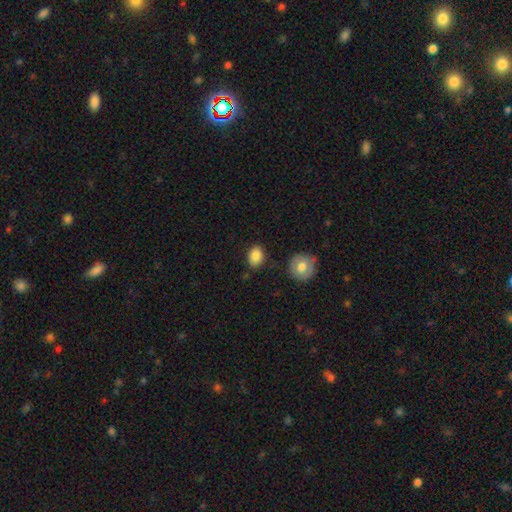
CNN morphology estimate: This appears to be a smooth galaxy with no disk features (85%) that is in between round and cigar-shaped (68%). Merging: none (81%).